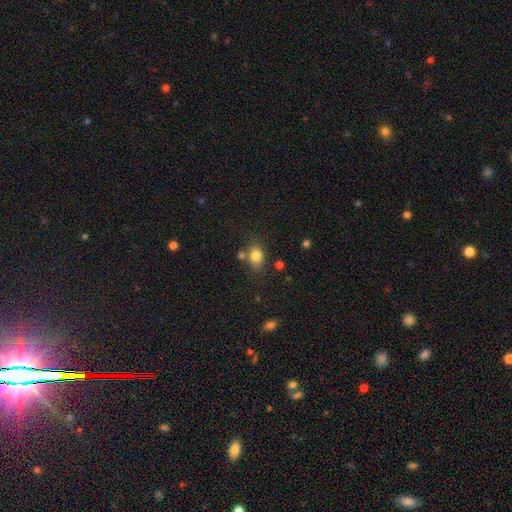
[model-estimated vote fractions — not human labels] smooth 81%, star or artifact 11%, featured or disk 8%. Down the decision tree: how rounded — in between (60%); merging — none (64%).